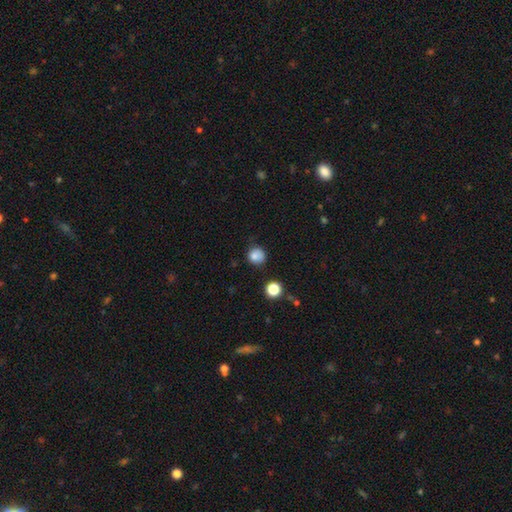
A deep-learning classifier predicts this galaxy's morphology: This appears to be a smooth galaxy with no disk features (83%) that is round (88%). Merging: none (74%).